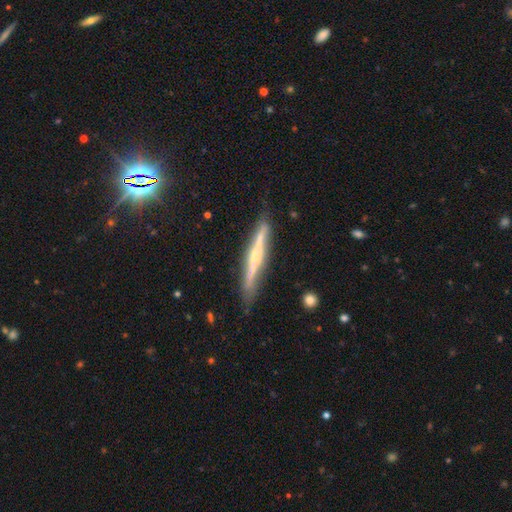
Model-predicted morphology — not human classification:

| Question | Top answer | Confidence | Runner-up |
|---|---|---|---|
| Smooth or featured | featured or disk | 71% | smooth (23%) |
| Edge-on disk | yes | 96% | no (4%) |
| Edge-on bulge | rounded | 58% | none (30%) |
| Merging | none | 82% | minor disturbance (13%) |